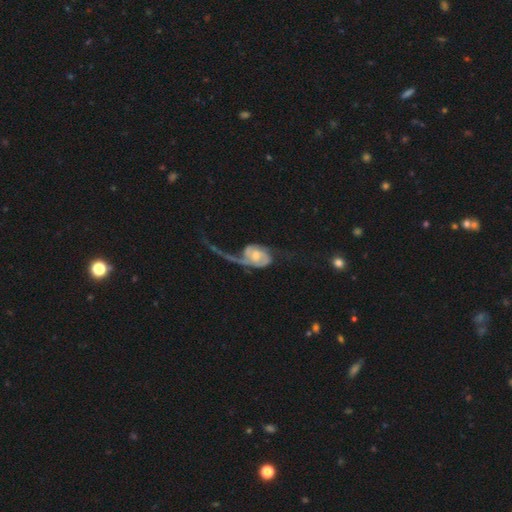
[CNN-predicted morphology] smooth_or_featured: featured or disk (p=0.81) [alt: smooth p=0.14]
disk_edge_on: no (p=0.97) [alt: yes p=0.03]
bar: no (p=0.57) [alt: weak p=0.34]
has_spiral_arms: yes (p=0.91) [alt: no p=0.09]
spiral_winding: loose (p=0.61) [alt: medium p=0.26]
spiral_arm_count: 2 (p=0.62) [alt: 1 p=0.26]
bulge_size: moderate (p=0.49) [alt: small p=0.40]
merging: major disturbance (p=0.55) [alt: none p=0.25]